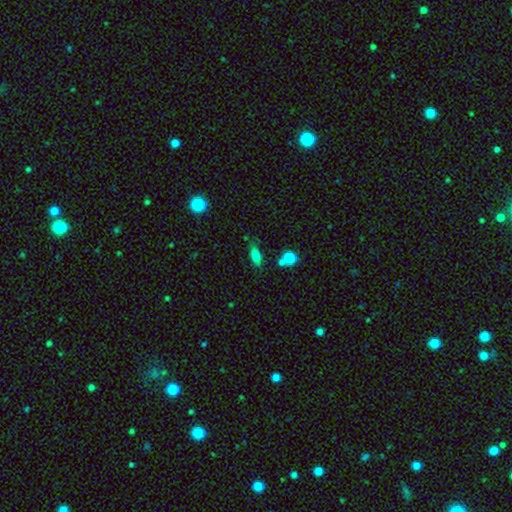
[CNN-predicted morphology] This is likely a smooth galaxy (75%). How rounded: likely in between (75%). Merging: likely none (71%).